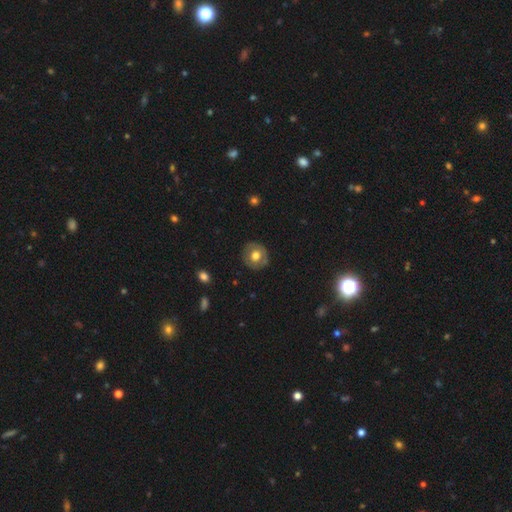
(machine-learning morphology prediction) A smooth galaxy with no disk features (59%) that is round (89%).

Vote fractions:
- Smooth or featured? smooth: 59% / featured or disk: 34% / star or artifact: 7%
- How rounded? round: 89% / in between: 10% / cigar-shaped: 1%
- Merging? none: 86% / minor disturbance: 10% / major disturbance: 3% / merger: 1%